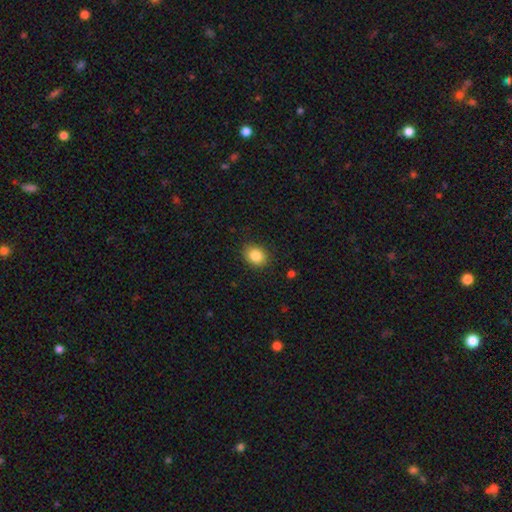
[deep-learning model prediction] The model was most divided on "how rounded": round: 56%, in between: 43%, cigar-shaped: 1%. More confident: merging — none (87%); smooth or featured — smooth (85%).